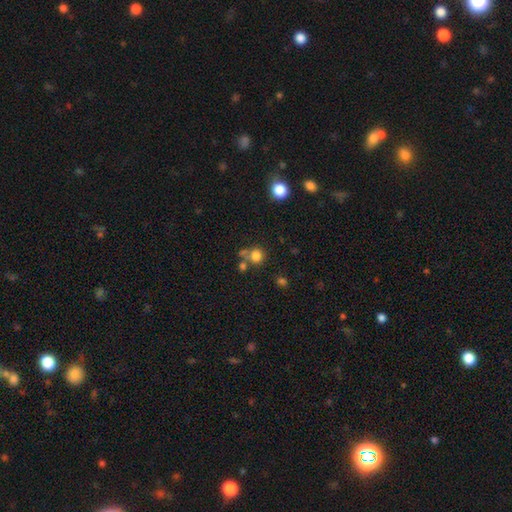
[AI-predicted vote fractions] smooth 78%, star or artifact 14%, featured or disk 8%. Down the decision tree: how rounded — round (89%); merging — none (60%).